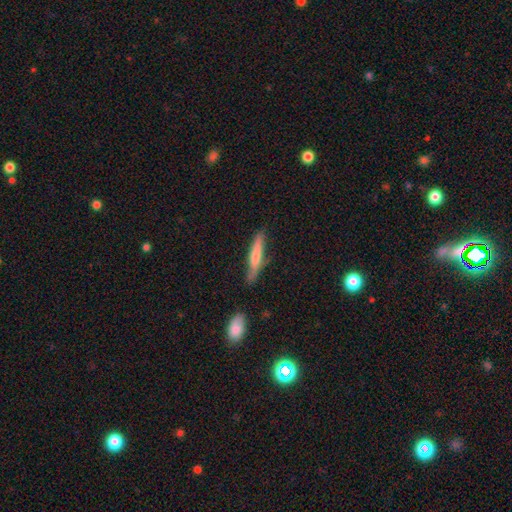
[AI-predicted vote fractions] Smooth or featured?
  - featured or disk: 51% *
  - smooth: 40%
  - star or artifact: 9%
Edge-on disk?
  - yes: 93% *
  - no: 7%
Merging?
  - none: 84% *
  - minor disturbance: 11%
  - major disturbance: 2%
  - merger: 2%